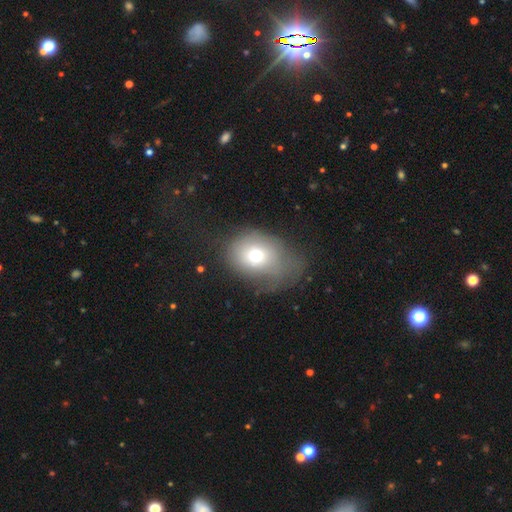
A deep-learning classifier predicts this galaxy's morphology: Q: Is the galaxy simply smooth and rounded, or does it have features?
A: smooth — 68%.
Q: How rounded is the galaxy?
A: in between — 50%.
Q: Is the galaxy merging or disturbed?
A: major disturbance — 34%.